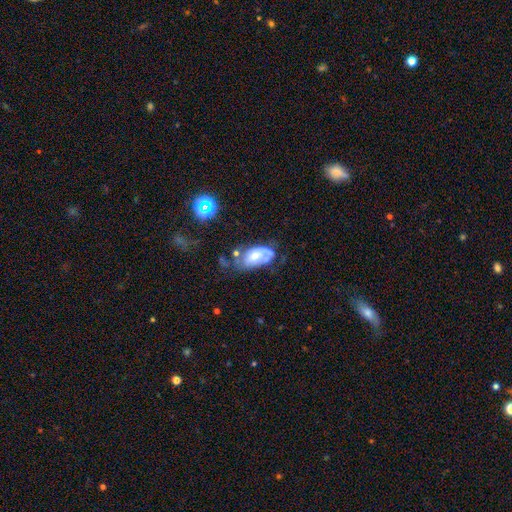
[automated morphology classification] Smooth or featured: featured or disk — 54% (smooth — 38%)
Edge-on disk: no — 93% (yes — 7%)
Bar: no — 73% (weak — 22%)
Spiral arms: yes — 62% (no — 38%)
Bulge size: moderate — 58% (small — 22%)
Merging: none — 36% (minor disturbance — 31%)